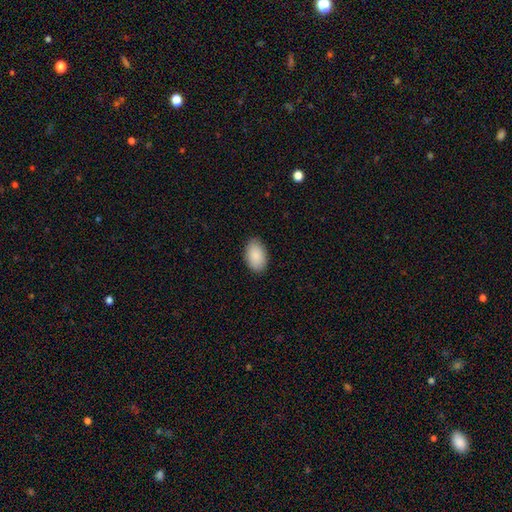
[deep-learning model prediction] Smooth or featured? Predicted: smooth (p=0.90). How rounded? Predicted: in between (p=0.94). Merging? Predicted: none (p=0.87).